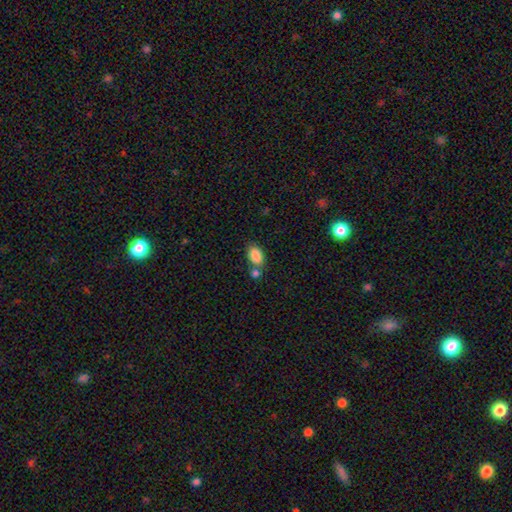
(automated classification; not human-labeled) Smooth or featured?
  - smooth: 86% *
  - star or artifact: 8%
  - featured or disk: 6%
How rounded?
  - in between: 87% *
  - round: 11%
  - cigar-shaped: 2%
Merging?
  - none: 56% *
  - merger: 28%
  - minor disturbance: 12%
  - major disturbance: 3%